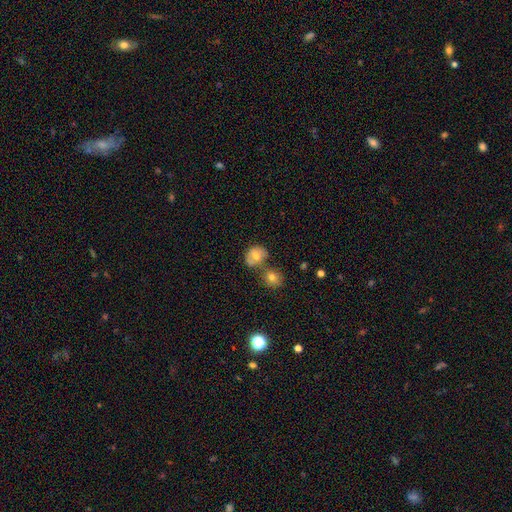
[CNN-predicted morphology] Smooth or featured?
  - smooth: 70% *
  - featured or disk: 20%
  - star or artifact: 10%
How rounded?
  - round: 62% *
  - in between: 36%
  - cigar-shaped: 1%
Merging?
  - none: 45% *
  - merger: 33%
  - minor disturbance: 16%
  - major disturbance: 6%